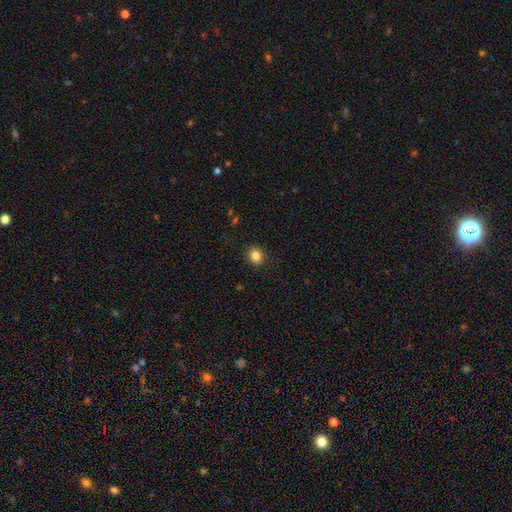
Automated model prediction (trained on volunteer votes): The model was most divided on "how rounded": round: 80%, in between: 19%, cigar-shaped: 1%. More confident: merging — none (90%); smooth or featured — smooth (84%).